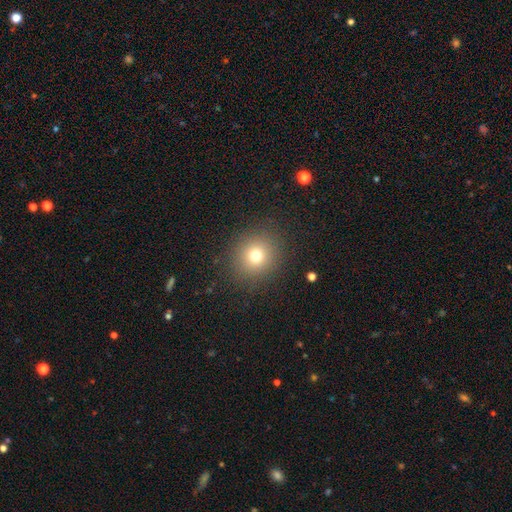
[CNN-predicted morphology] Smooth or featured? smooth (74%)
How rounded? round (84%)
Merging? none (88%)